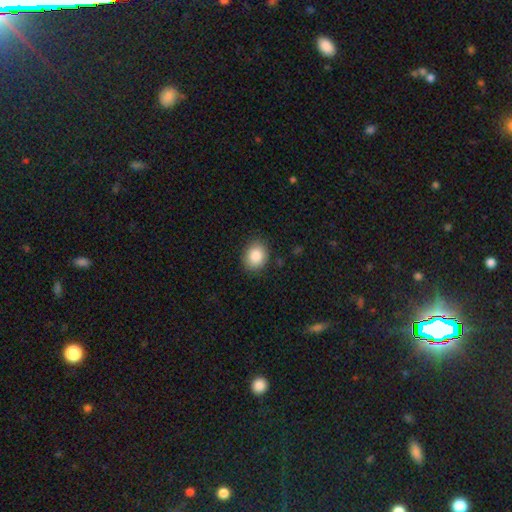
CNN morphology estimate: Smooth or featured? Predicted: smooth (p=0.87). How rounded? Predicted: round (p=0.56). Merging? Predicted: none (p=0.87).